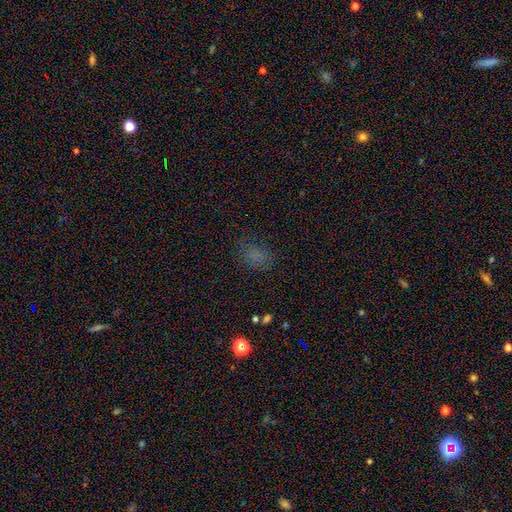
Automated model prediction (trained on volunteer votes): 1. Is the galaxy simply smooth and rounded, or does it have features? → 68% smooth, 22% star or artifact, 10% featured or disk.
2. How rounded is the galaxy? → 72% in between, 26% round, 2% cigar-shaped.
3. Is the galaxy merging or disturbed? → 67% none, 21% minor disturbance, 10% major disturbance, 2% merger.